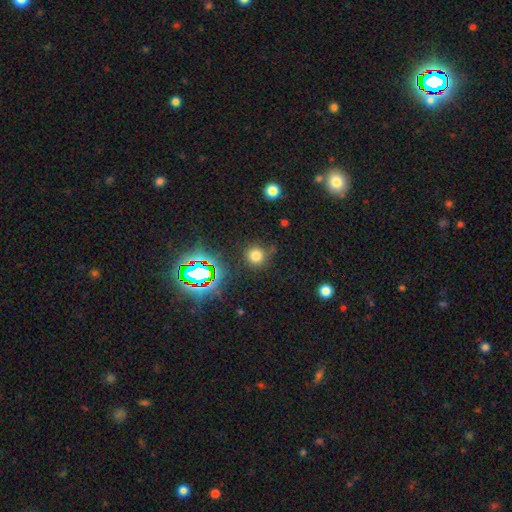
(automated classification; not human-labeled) Overall: smooth (71%). How rounded: round (93%). Merging: none (81%).